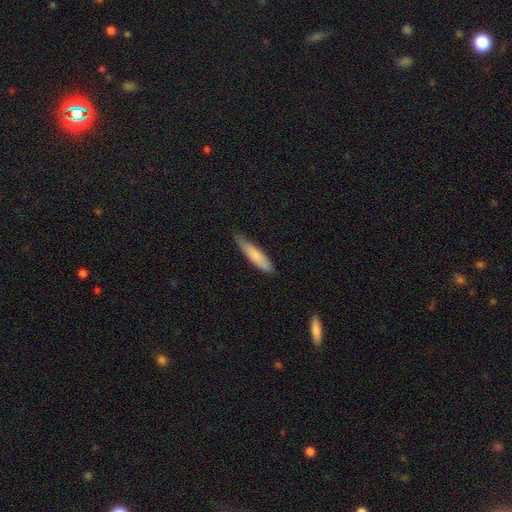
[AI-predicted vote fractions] The model was most divided on "merging": none: 73%, minor disturbance: 23%, major disturbance: 3%, merger: 1%. More confident: how rounded — cigar-shaped (78%); smooth or featured — smooth (78%).